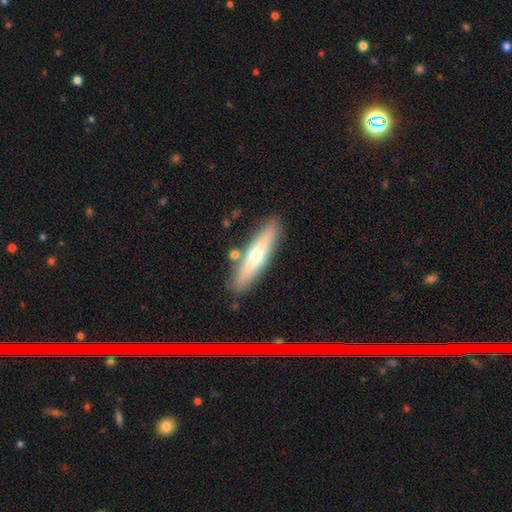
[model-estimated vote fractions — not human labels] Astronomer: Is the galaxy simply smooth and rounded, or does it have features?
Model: smooth — 50% (runner-up: featured or disk, 43%).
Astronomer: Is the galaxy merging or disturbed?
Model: none — 83%.